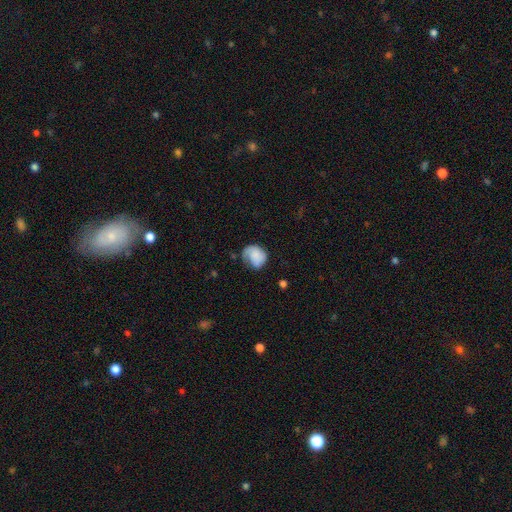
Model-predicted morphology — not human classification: smooth-or-featured: smooth: 58% | featured or disk: 34% | star or artifact: 8%
  how-rounded: round: 59% | in between: 40% | cigar-shaped: 1%
  merging: none: 43% | minor disturbance: 33% | major disturbance: 21% | merger: 2%